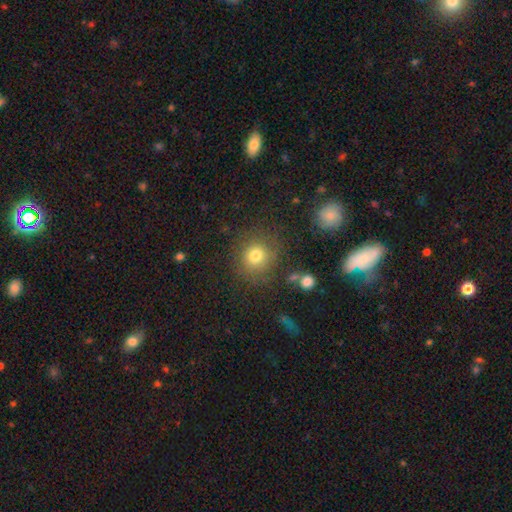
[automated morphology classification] Smooth or featured? smooth (77%)
How rounded? round (89%)
Merging? none (82%)